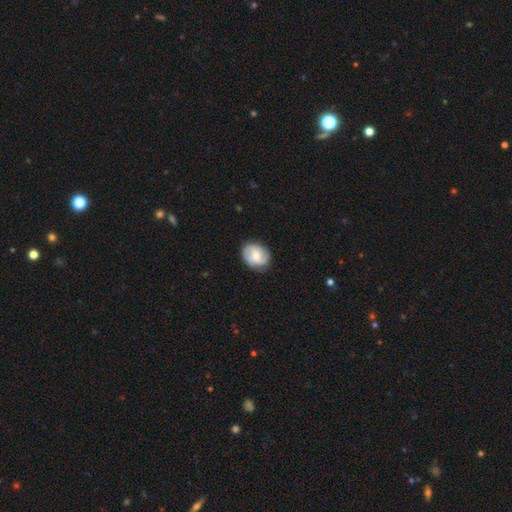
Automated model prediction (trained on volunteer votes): This is possibly a featured or disk galaxy (53%). It is clearly not viewed edge-on (97%). Bar: marginally no (45%). Spiral arm pattern: clearly yes (82%). Central bulge: possibly moderate (57%). Merging: likely none (78%).